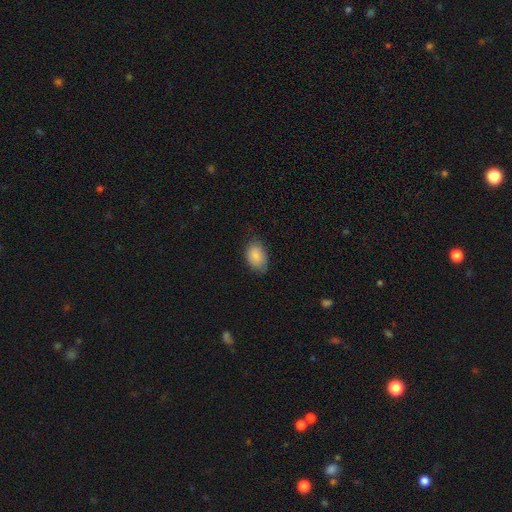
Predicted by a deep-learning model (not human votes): The model was most divided on "merging": none: 75%, minor disturbance: 20%, major disturbance: 4%, merger: 1%. More confident: smooth or featured — smooth (87%); how rounded — in between (86%).